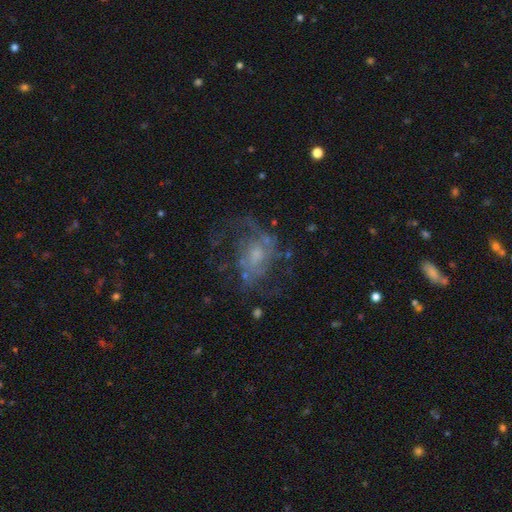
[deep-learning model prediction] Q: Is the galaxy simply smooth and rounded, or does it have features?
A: featured or disk — 76%.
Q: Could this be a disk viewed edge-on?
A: no — 97%.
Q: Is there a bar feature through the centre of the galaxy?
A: no — 61%.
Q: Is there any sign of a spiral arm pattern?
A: yes — 82%.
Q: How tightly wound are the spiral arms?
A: medium — 46%.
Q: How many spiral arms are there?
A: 2 — 57%.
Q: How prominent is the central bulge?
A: small — 49%.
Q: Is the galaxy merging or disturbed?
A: none — 52%.